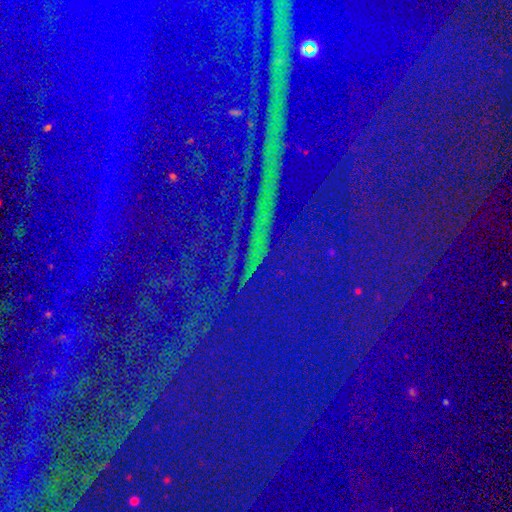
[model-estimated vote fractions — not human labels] Smooth or featured? Predicted: star or artifact (p=0.87).